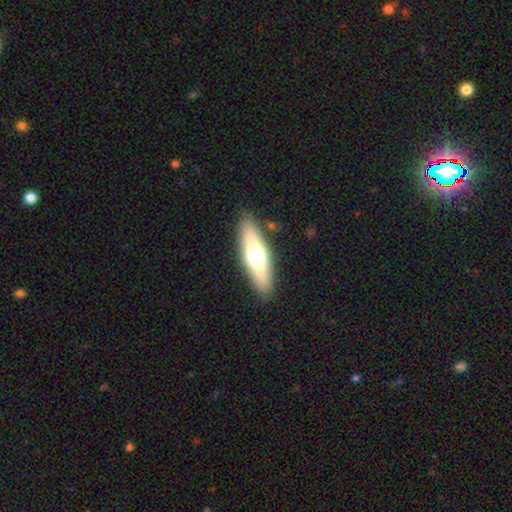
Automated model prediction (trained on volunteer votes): smooth_or_featured: smooth (p=0.51) [alt: featured or disk p=0.41]
how_rounded: cigar-shaped (p=0.54) [alt: in between p=0.43]
merging: none (p=0.88) [alt: minor disturbance p=0.08]